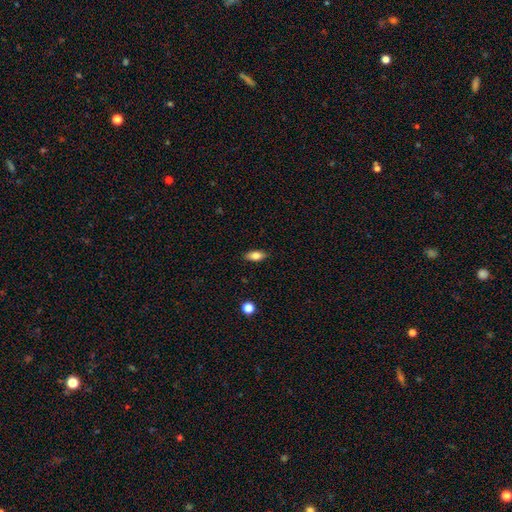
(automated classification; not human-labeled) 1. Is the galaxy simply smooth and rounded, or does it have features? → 77% smooth, 15% featured or disk, 8% star or artifact.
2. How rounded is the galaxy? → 82% in between, 14% cigar-shaped, 4% round.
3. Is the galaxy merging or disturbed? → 87% none, 10% minor disturbance, 2% major disturbance, 1% merger.